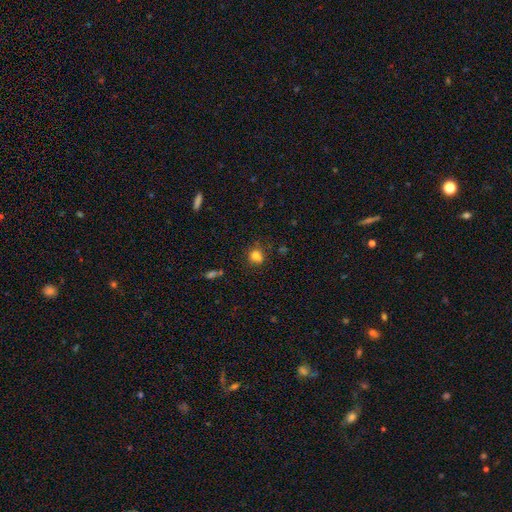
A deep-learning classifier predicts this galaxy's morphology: Overall: smooth (74%). How rounded: round (77%). Merging: none (55%; merger 23%).